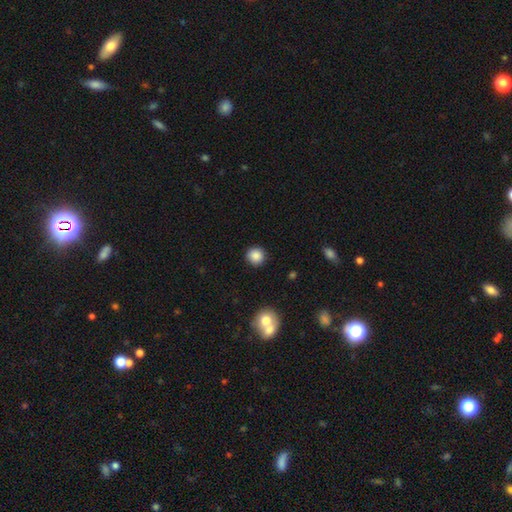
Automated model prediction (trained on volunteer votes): smooth 87%, star or artifact 10%, featured or disk 4%. Down the decision tree: how rounded — round (93%); merging — none (90%).